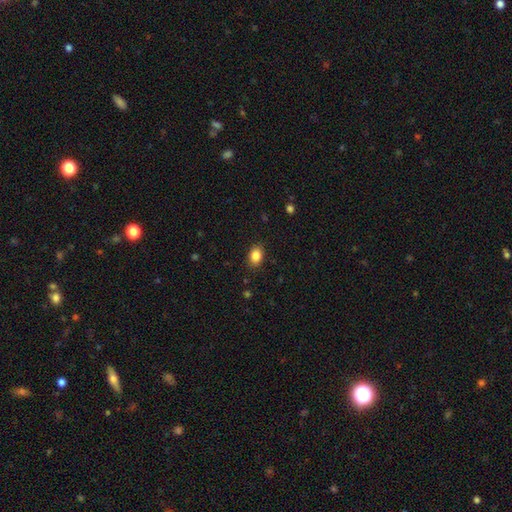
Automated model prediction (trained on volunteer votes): smooth 86%, star or artifact 9%, featured or disk 5%. Down the decision tree: how rounded — in between (74%); merging — none (87%).